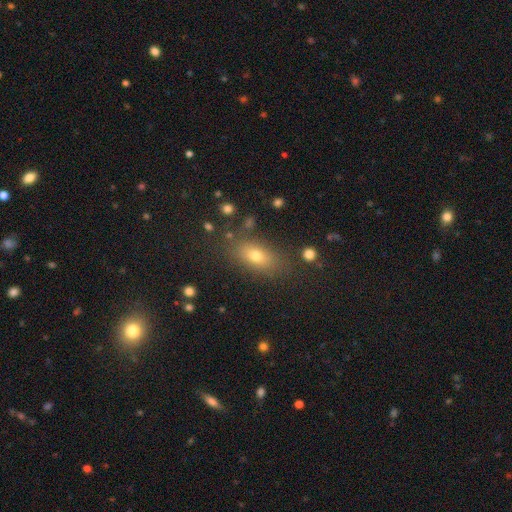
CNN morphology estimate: Smooth or featured?
  - smooth: 72% *
  - featured or disk: 14%
  - star or artifact: 13%
How rounded?
  - in between: 79% *
  - round: 13%
  - cigar-shaped: 8%
Merging?
  - none: 80% *
  - minor disturbance: 12%
  - major disturbance: 5%
  - merger: 3%